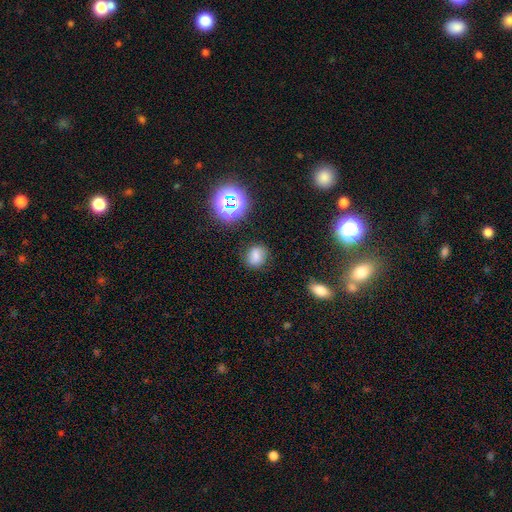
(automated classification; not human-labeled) Smooth or featured?
  - smooth: 72% *
  - star or artifact: 18%
  - featured or disk: 10%
How rounded?
  - round: 58% *
  - in between: 41%
  - cigar-shaped: 1%
Merging?
  - none: 80% *
  - minor disturbance: 14%
  - major disturbance: 4%
  - merger: 2%